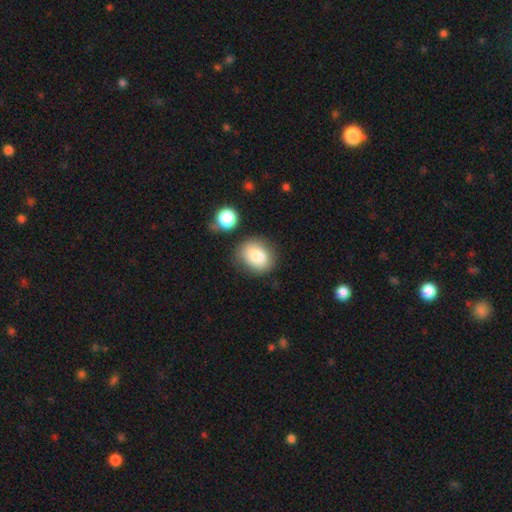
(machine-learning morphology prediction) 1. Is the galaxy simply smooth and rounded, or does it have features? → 82% smooth, 9% featured or disk, 8% star or artifact.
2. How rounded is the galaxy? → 50% round, 48% in between, 1% cigar-shaped.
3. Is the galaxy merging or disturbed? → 63% none, 19% minor disturbance, 12% merger, 6% major disturbance.